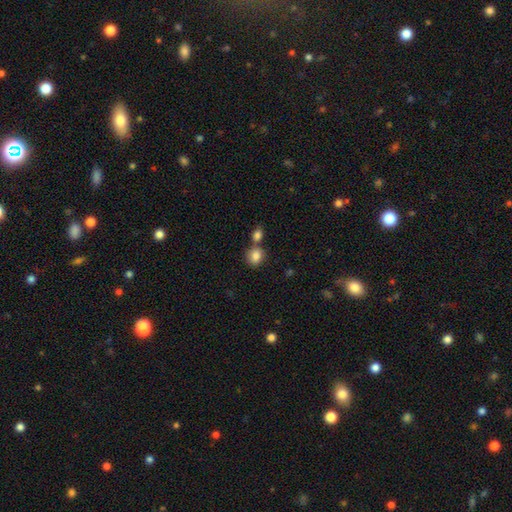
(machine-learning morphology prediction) Q: Smooth or featured?
A: smooth (85%); runner-up: star or artifact (9%)
Q: How rounded?
A: round (66%); runner-up: in between (33%)
Q: Merging?
A: none (57%); runner-up: merger (30%)